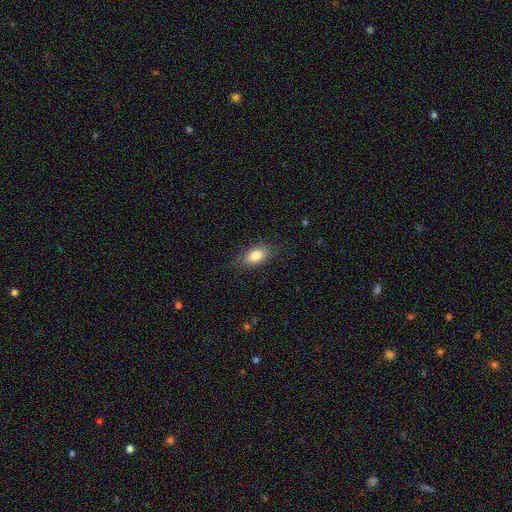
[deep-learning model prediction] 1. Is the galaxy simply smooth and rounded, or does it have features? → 81% smooth, 11% featured or disk, 8% star or artifact.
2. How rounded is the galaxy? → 85% in between, 8% round, 7% cigar-shaped.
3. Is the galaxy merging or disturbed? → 81% none, 14% minor disturbance, 4% major disturbance, 1% merger.